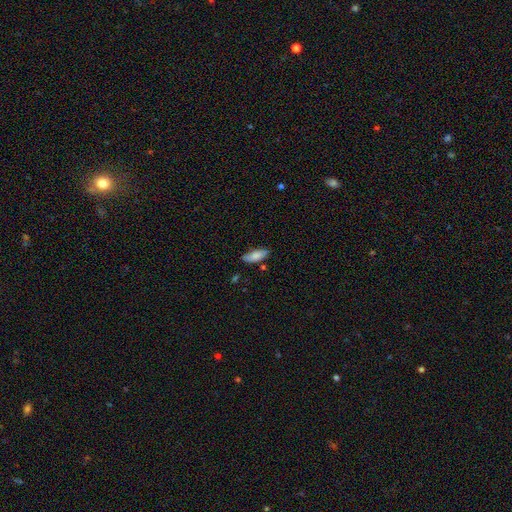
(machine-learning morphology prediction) Smooth or featured?
  - smooth: 83% *
  - featured or disk: 11%
  - star or artifact: 6%
How rounded?
  - in between: 74% *
  - cigar-shaped: 24%
  - round: 2%
Merging?
  - none: 76% *
  - minor disturbance: 18%
  - merger: 3%
  - major disturbance: 3%